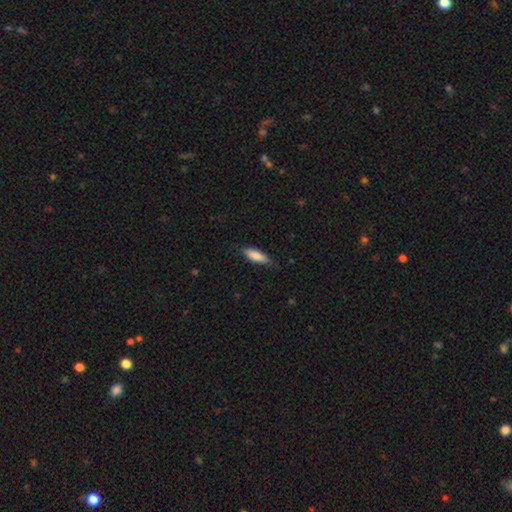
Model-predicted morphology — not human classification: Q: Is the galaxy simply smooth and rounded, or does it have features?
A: smooth — 85%.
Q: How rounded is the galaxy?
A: in between — 60%.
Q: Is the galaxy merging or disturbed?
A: none — 79%.